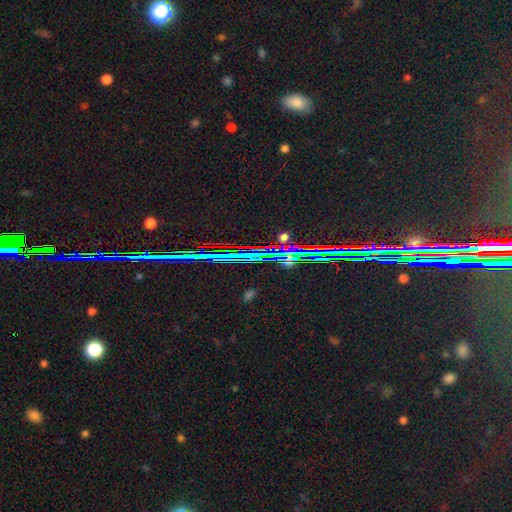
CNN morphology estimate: Smooth or featured? Predicted: star or artifact (p=0.82).